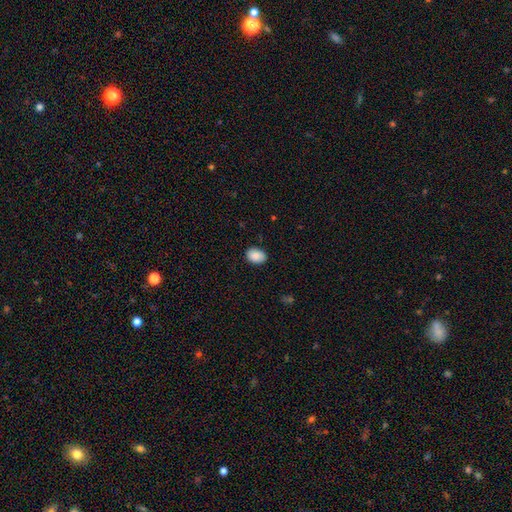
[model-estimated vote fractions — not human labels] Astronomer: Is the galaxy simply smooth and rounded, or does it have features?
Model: smooth — 89%.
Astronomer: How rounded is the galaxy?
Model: in between — 78%.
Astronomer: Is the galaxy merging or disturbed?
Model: none — 87%.